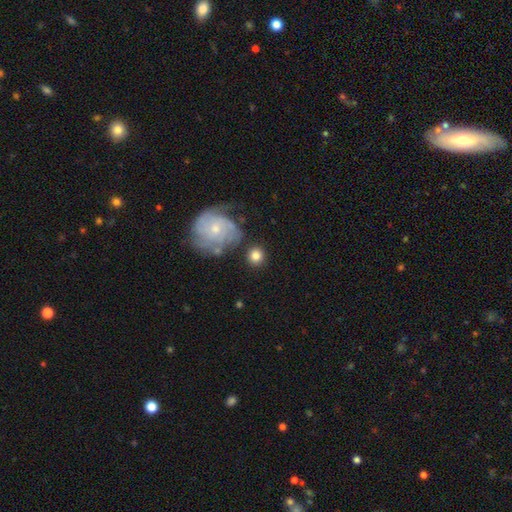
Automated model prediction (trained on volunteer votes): Smooth or featured?
  - smooth: 77% *
  - featured or disk: 17%
  - star or artifact: 6%
How rounded?
  - round: 90% *
  - in between: 9%
  - cigar-shaped: 1%
Merging?
  - none: 80% *
  - minor disturbance: 10%
  - merger: 6%
  - major disturbance: 4%